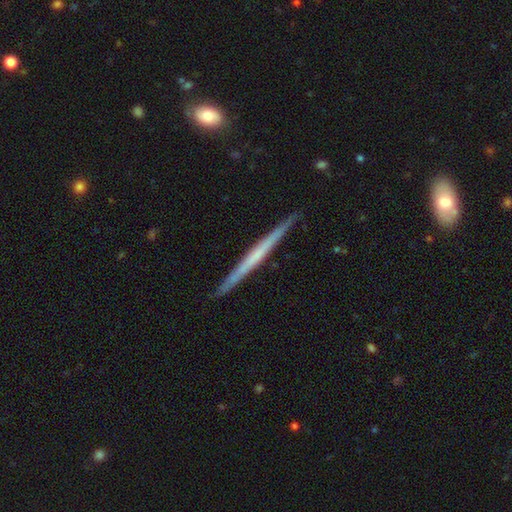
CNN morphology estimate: This appears to be a featured or disk galaxy (62%) viewed edge-on (97%) with no central bulge (80%). Merging: none (91%).